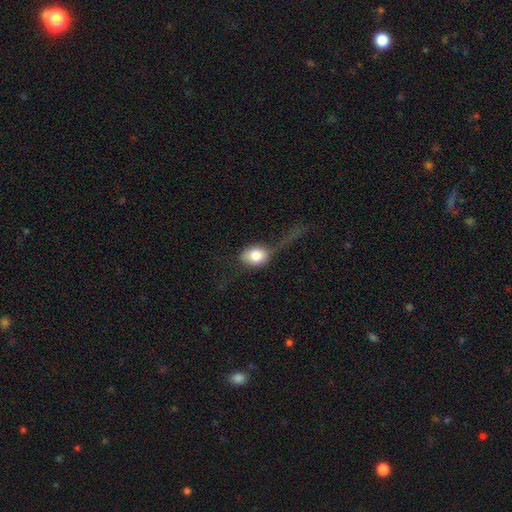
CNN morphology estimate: Smooth or featured?
  - smooth: 70% *
  - featured or disk: 22%
  - star or artifact: 8%
How rounded?
  - in between: 57% *
  - round: 39%
  - cigar-shaped: 3%
Merging?
  - major disturbance: 37% *
  - none: 35%
  - minor disturbance: 25%
  - merger: 4%